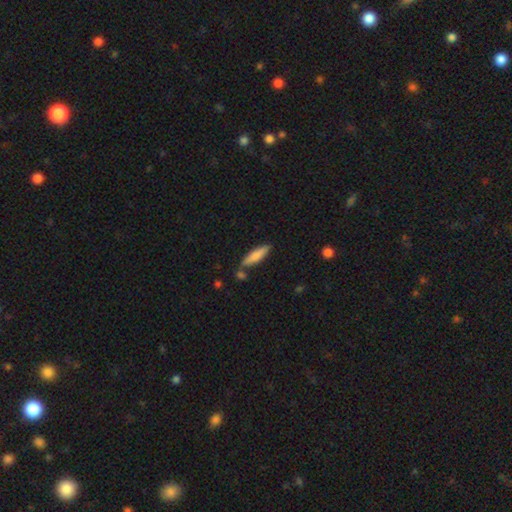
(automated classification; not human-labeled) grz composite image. It shows a smooth galaxy with no disk features (76%) that is cigar-shaped (73%). Merging: none (75%).